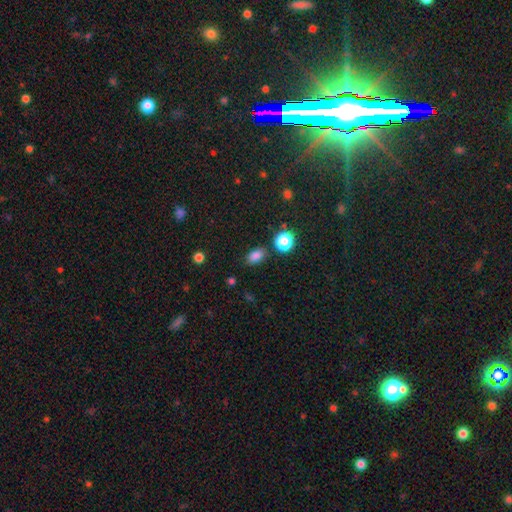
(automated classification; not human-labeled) A smooth galaxy with no disk features (82%) that is in between round and cigar-shaped (83%).

Vote fractions:
- Smooth or featured? smooth: 82% / star or artifact: 13% / featured or disk: 5%
- How rounded? in between: 83% / round: 15% / cigar-shaped: 3%
- Merging? none: 80% / minor disturbance: 13% / merger: 4% / major disturbance: 3%